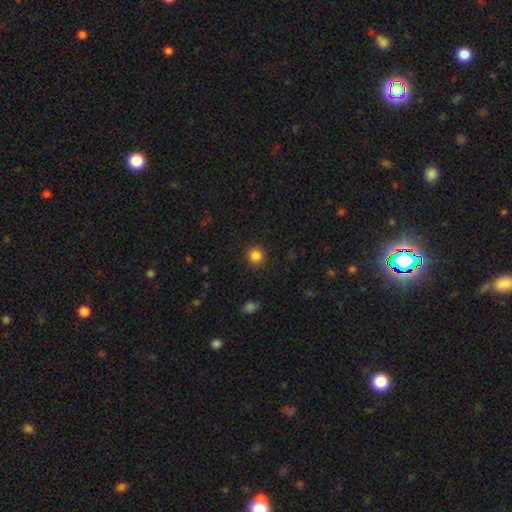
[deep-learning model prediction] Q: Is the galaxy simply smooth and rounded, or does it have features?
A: smooth — 85%.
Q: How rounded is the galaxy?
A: round — 93%.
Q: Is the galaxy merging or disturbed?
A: none — 91%.